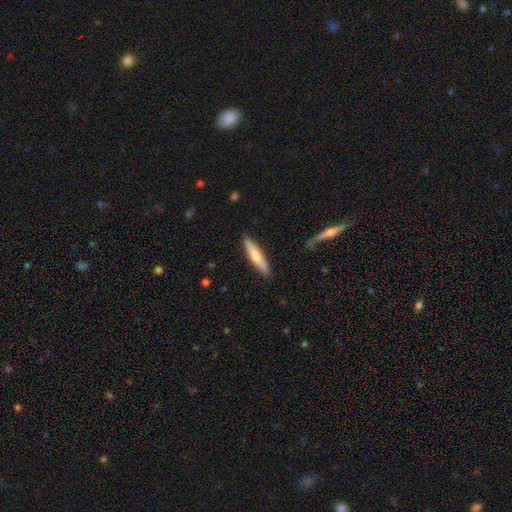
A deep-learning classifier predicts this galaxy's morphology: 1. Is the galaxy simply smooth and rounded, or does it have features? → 70% smooth, 24% featured or disk, 5% star or artifact.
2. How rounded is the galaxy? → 86% cigar-shaped, 12% in between, 1% round.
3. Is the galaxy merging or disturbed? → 88% none, 9% minor disturbance, 2% major disturbance, 1% merger.